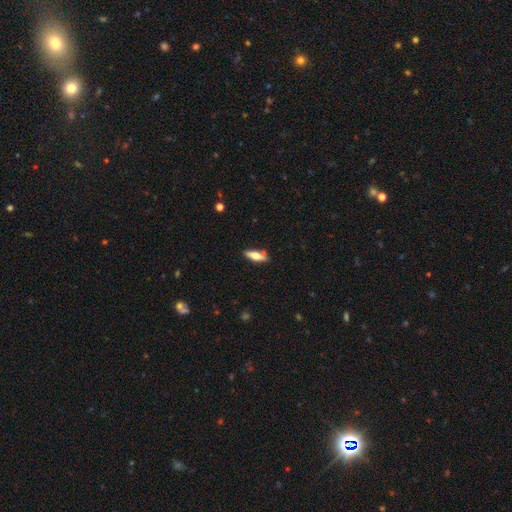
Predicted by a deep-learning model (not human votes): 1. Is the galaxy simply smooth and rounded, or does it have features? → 55% smooth, 38% featured or disk, 6% star or artifact.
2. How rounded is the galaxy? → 52% cigar-shaped, 46% in between, 3% round.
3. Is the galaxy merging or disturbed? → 84% none, 12% minor disturbance, 2% major disturbance, 2% merger.